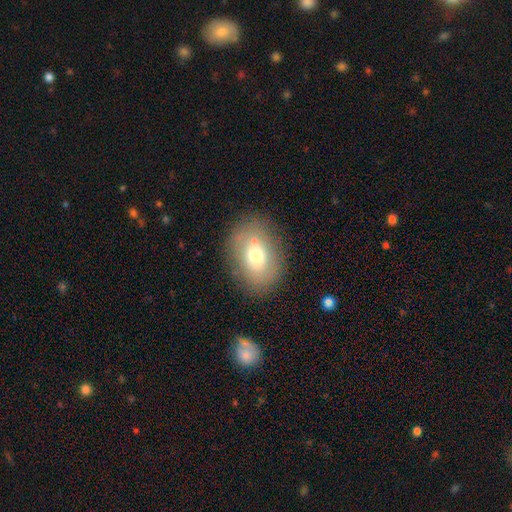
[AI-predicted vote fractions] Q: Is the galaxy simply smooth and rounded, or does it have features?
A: smooth — 68%.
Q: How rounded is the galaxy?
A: in between — 82%.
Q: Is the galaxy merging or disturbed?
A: none — 77%.